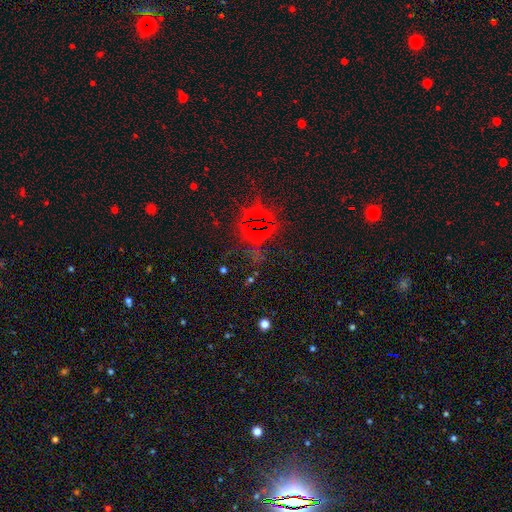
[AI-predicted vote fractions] This appears to be a star or artifact, not a galaxy (75%).